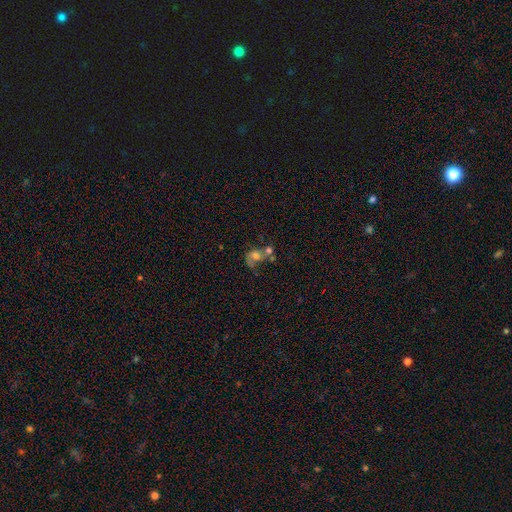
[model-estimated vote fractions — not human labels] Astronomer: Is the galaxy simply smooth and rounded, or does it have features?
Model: smooth — 49% (runner-up: featured or disk, 38%).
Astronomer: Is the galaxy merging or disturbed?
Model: merger — 47%.